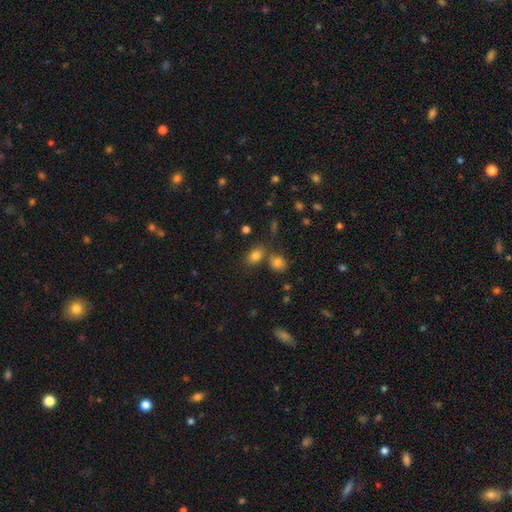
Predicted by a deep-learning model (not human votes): A smooth galaxy with no disk features (81%) that is in between round and cigar-shaped (80%). Merging: none (62%).